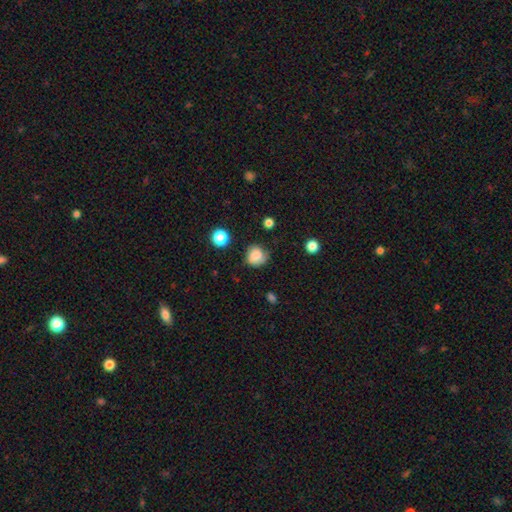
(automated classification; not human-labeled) Smooth or featured?
  - smooth: 79% *
  - featured or disk: 11%
  - star or artifact: 10%
How rounded?
  - round: 82% *
  - in between: 17%
  - cigar-shaped: 1%
Merging?
  - none: 68% *
  - minor disturbance: 23%
  - major disturbance: 7%
  - merger: 2%